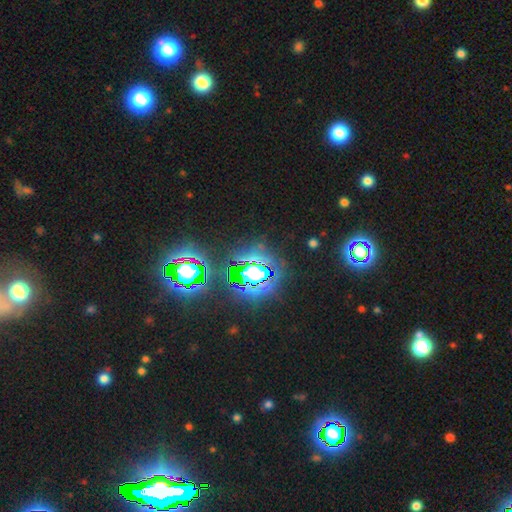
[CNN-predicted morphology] A star or artifact, not a galaxy (82%).